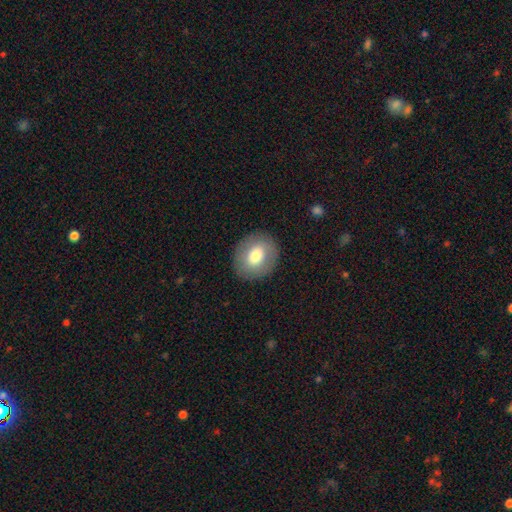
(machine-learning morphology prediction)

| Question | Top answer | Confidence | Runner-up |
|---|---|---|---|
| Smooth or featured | smooth | 71% | featured or disk (21%) |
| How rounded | round | 63% | in between (36%) |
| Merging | none | 88% | minor disturbance (8%) |